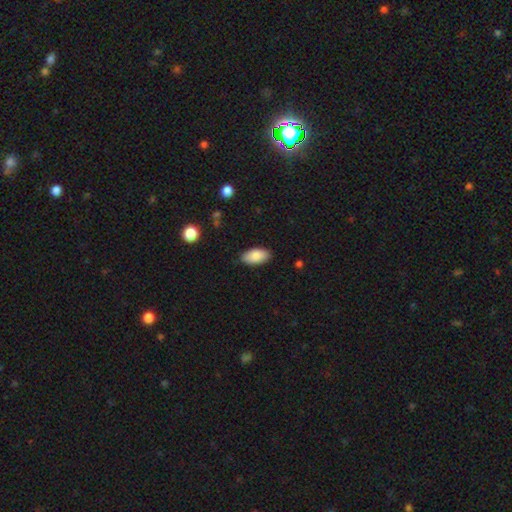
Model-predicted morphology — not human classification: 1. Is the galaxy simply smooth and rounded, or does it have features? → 87% smooth, 7% star or artifact, 6% featured or disk.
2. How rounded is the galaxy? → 94% in between, 3% cigar-shaped, 3% round.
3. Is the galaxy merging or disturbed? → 85% none, 11% minor disturbance, 2% major disturbance, 1% merger.